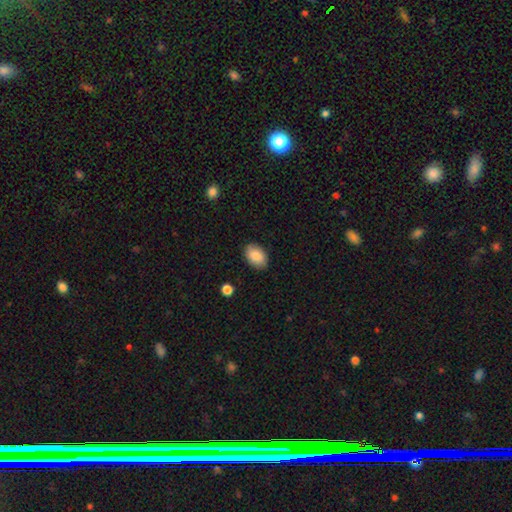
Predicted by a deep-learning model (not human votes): This is clearly a smooth galaxy (87%). How rounded: clearly in between (89%). Merging: clearly none (87%).